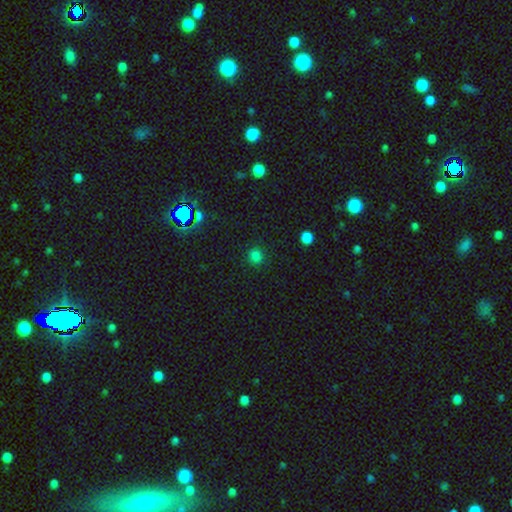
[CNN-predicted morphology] A smooth galaxy with no disk features (79%) that is round (88%). Merging: none (88%).